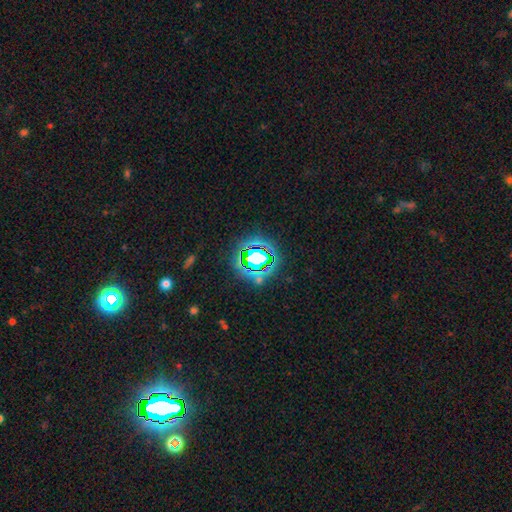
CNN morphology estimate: Smooth or featured? star or artifact (70%)